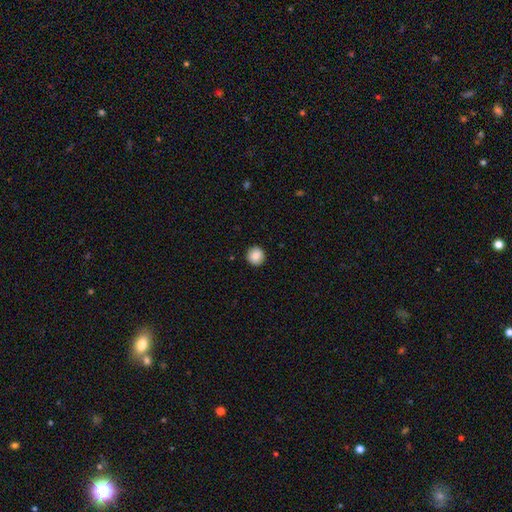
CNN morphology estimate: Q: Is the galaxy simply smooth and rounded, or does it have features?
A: smooth — 87%.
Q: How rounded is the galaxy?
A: round — 95%.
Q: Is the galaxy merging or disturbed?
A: none — 92%.